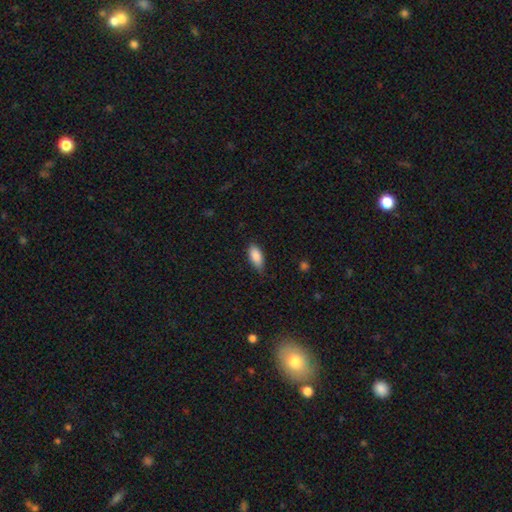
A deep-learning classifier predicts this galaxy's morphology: This is clearly a smooth galaxy (87%). How rounded: clearly in between (87%). Merging: likely none (73%).